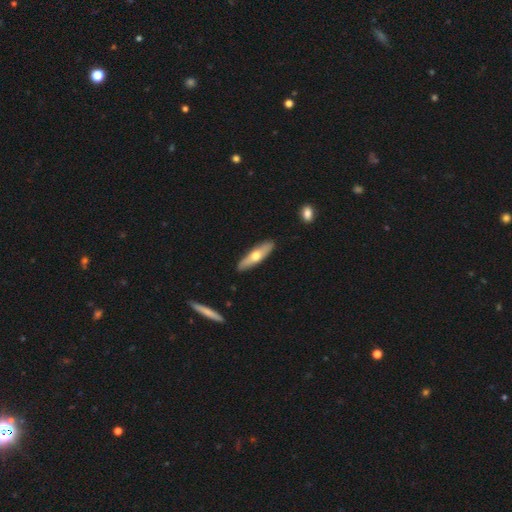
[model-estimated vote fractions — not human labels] Q: Smooth or featured?
A: smooth (54%); runner-up: featured or disk (41%)
Q: How rounded?
A: cigar-shaped (69%); runner-up: in between (29%)
Q: Merging?
A: none (88%); runner-up: minor disturbance (9%)